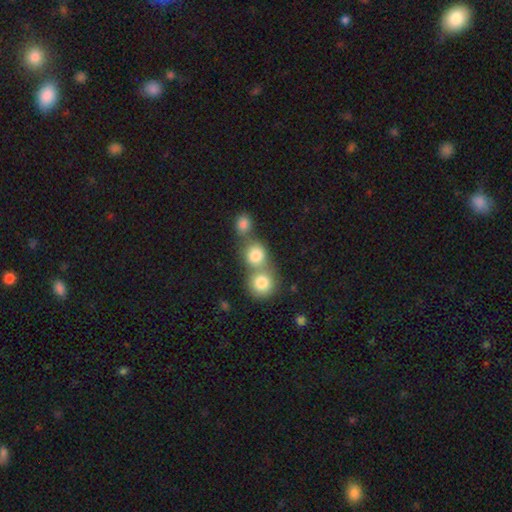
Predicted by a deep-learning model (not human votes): Smooth or featured? Predicted: smooth (p=0.81). How rounded? Predicted: round (p=0.79). Merging? Predicted: merger (p=0.53).